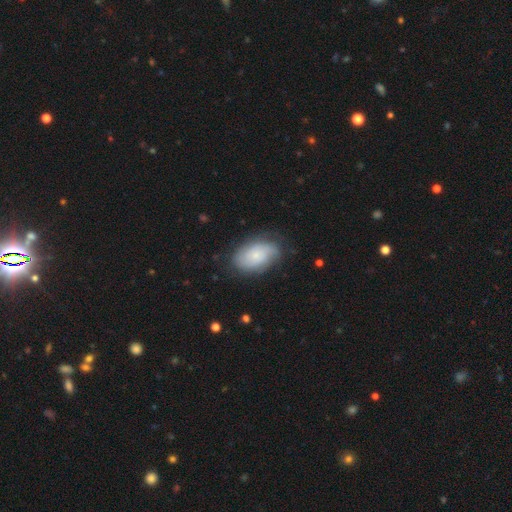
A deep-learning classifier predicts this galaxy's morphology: smooth-or-featured: smooth: 51% | featured or disk: 42% | star or artifact: 7%
  how-rounded: in between: 91% | round: 8% | cigar-shaped: 1%
  merging: none: 70% | minor disturbance: 22% | major disturbance: 7% | merger: 1%